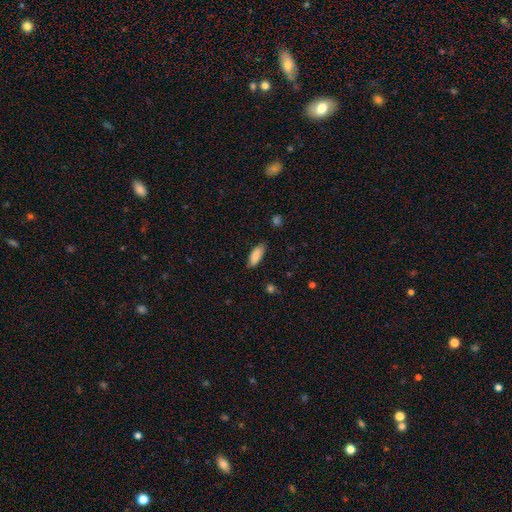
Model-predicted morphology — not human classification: This is clearly a smooth galaxy (87%). How rounded: likely in between (75%). Merging: clearly none (81%).